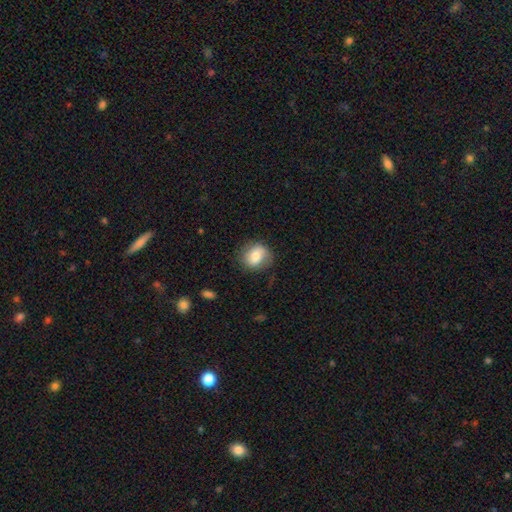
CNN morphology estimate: smooth 75%, featured or disk 17%, star or artifact 8%. Down the decision tree: how rounded — round (65%); merging — none (78%).